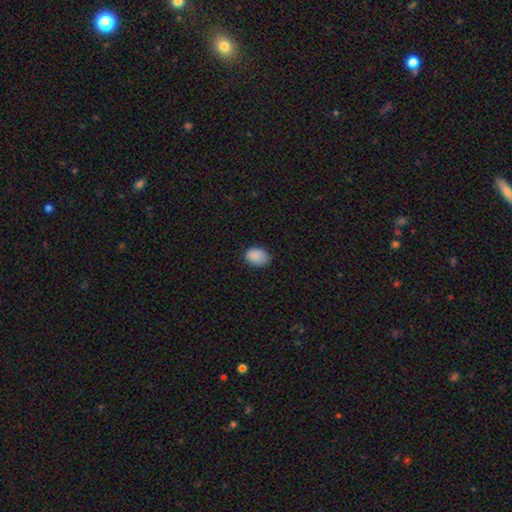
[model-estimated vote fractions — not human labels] Overall: smooth (87%). How rounded: in between (74%). Merging: none (73%).